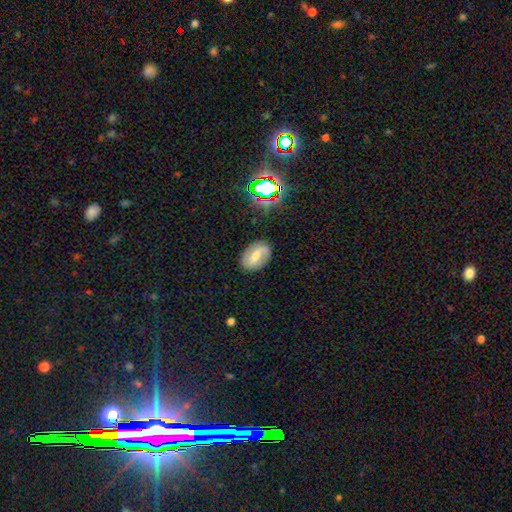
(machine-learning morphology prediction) type=featured or disk (63%); edge-on=no (96%); bar=weak (41%); spiral arms=yes (86%); winding=loose (43%); arm count=2 (87%); bulge=small (43%); merging=none (82%).